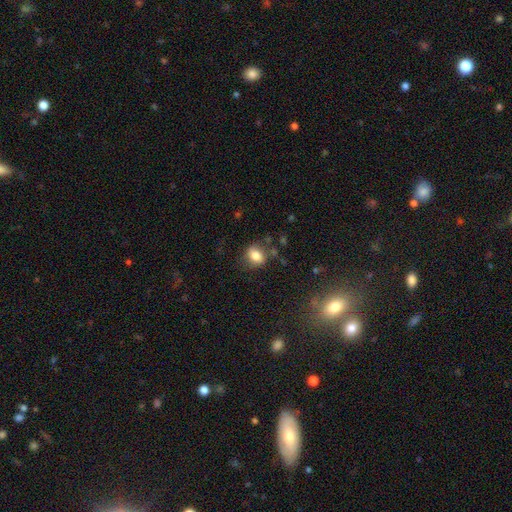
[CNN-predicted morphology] Q: Smooth or featured?
A: smooth (79%); runner-up: featured or disk (11%)
Q: How rounded?
A: in between (58%); runner-up: round (41%)
Q: Merging?
A: none (71%); runner-up: minor disturbance (19%)